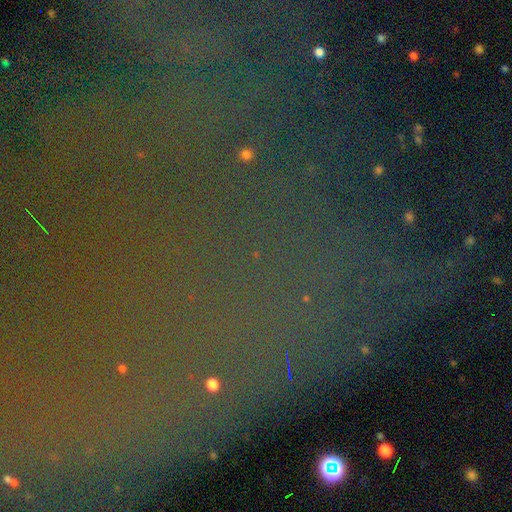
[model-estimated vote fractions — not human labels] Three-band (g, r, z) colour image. It shows a star or artifact, not a galaxy (80%).